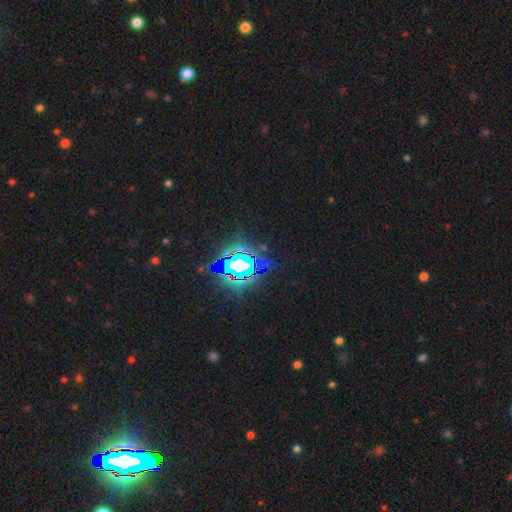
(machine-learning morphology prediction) Smooth or featured? Predicted: star or artifact (p=0.82).